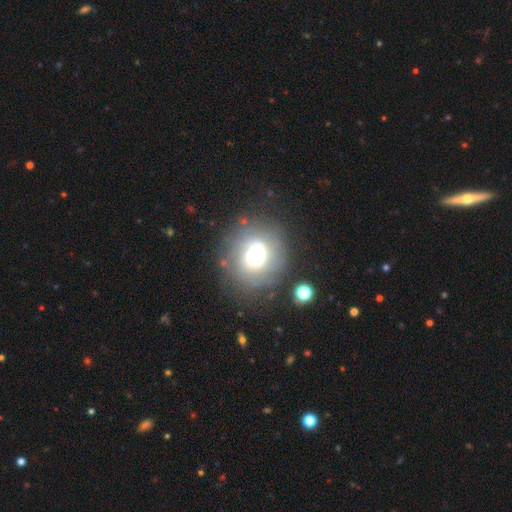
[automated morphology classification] This appears to be a smooth galaxy with no disk features (47%). Merging: none (66%).